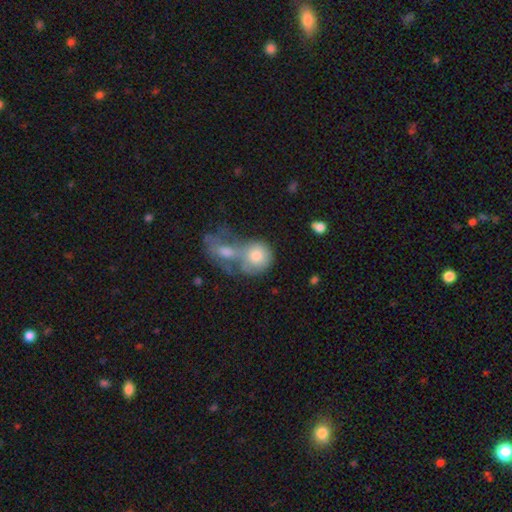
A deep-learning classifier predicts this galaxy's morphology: A smooth galaxy with no disk features (71%) that is round (67%). Merging: merger (70%).